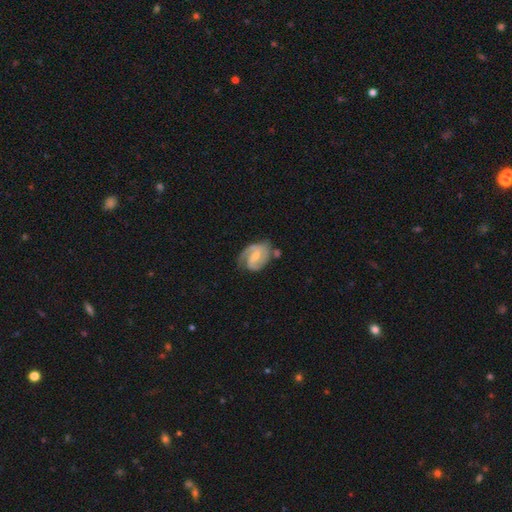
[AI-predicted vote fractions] Overall: featured or disk (81%). Edge-on disk: no (97%). Bar: weak (51%; no 28%). Spiral arms: yes (95%). Spiral arm count: 2 (64%). Spiral winding: medium (45%; tight 38%). Bulge size: small (53%; moderate 40%). Merging: none (56%; minor disturbance 25%).